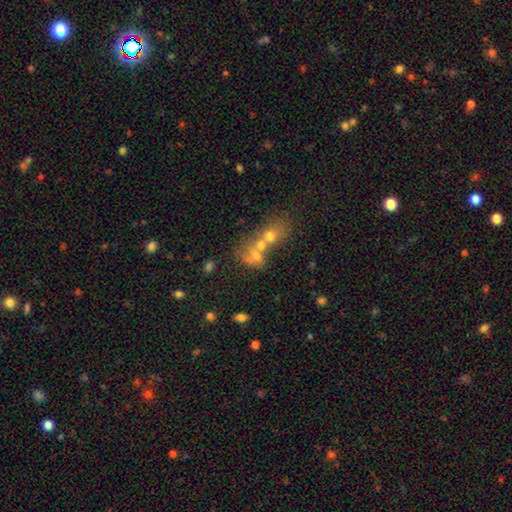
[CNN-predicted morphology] smooth-or-featured: smooth: 55% | featured or disk: 29% | star or artifact: 16%
  how-rounded: in between: 57% | round: 40% | cigar-shaped: 3%
  merging: merger: 68% | none: 17% | major disturbance: 8% | minor disturbance: 7%